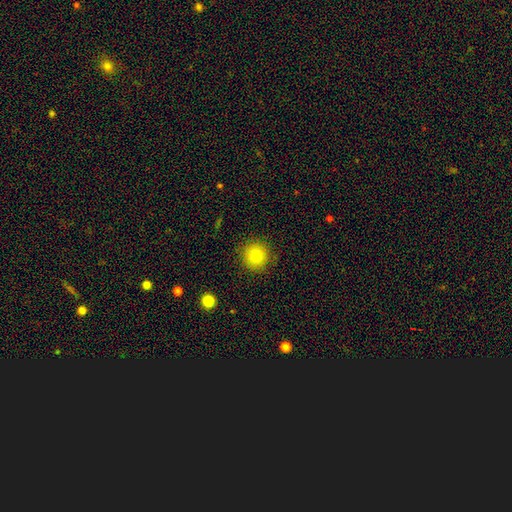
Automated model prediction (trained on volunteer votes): Smooth or featured? smooth (86%)
How rounded? round (93%)
Merging? none (89%)